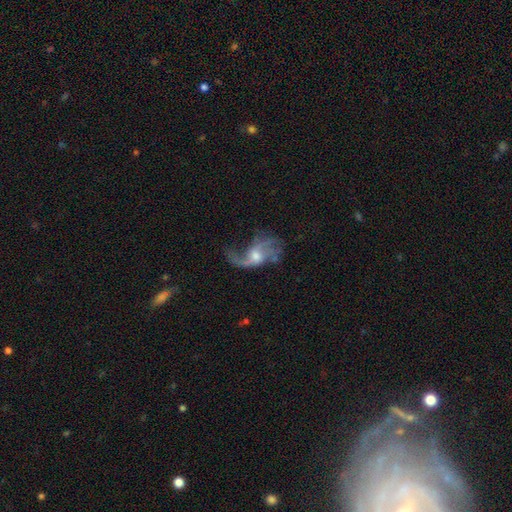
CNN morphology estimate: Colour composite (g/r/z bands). It shows a featured or disk galaxy (78%) with no bar (60%), 2 (51%) loose (78%) spiral arms (87%) and a moderate central bulge (56%). Merging: none (38%, tied with major disturbance).